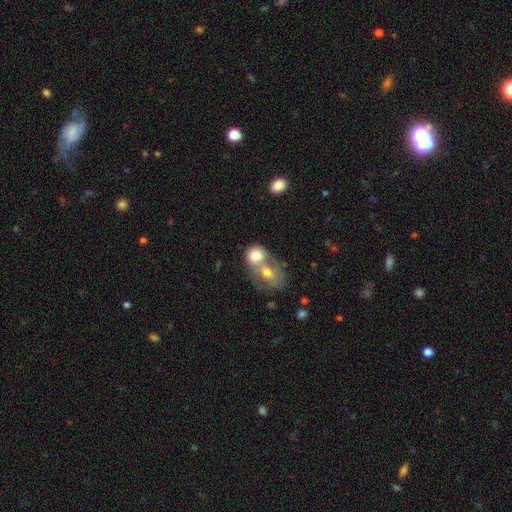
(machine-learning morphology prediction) smooth-or-featured: smooth: 73% | featured or disk: 20% | star or artifact: 8%
  how-rounded: round: 62% | in between: 37% | cigar-shaped: 1%
  merging: merger: 72% | none: 18% | minor disturbance: 6% | major disturbance: 4%